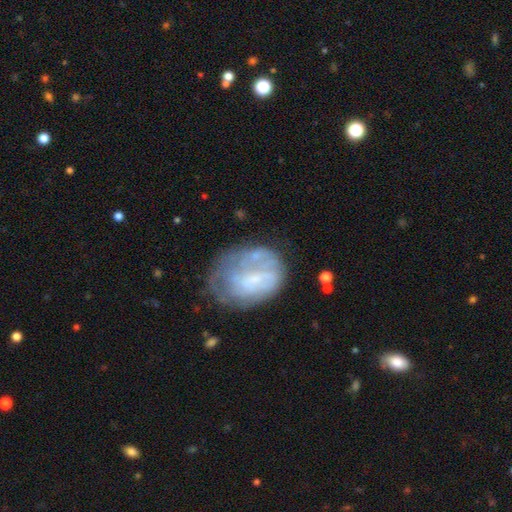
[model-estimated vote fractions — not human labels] Smooth or featured? featured or disk (55%)
Edge-on disk? no (97%)
Bar? no (60%)
Spiral arms? no (64%)
Bulge size? small (38%)
Merging? none (42%)